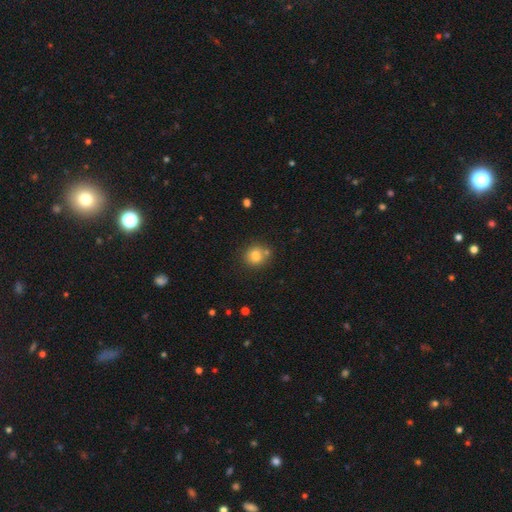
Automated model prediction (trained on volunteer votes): smooth_or_featured: smooth (p=0.79) [alt: star or artifact p=0.11]
how_rounded: round (p=0.82) [alt: in between p=0.17]
merging: none (p=0.63) [alt: merger p=0.20]